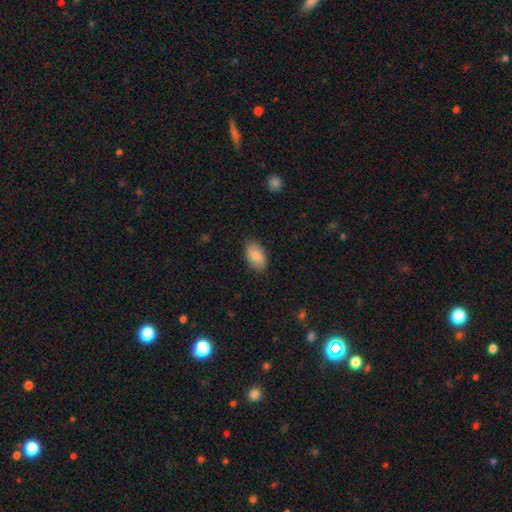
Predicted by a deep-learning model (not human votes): This is clearly a smooth galaxy (83%). How rounded: clearly in between (94%). Merging: clearly none (86%).